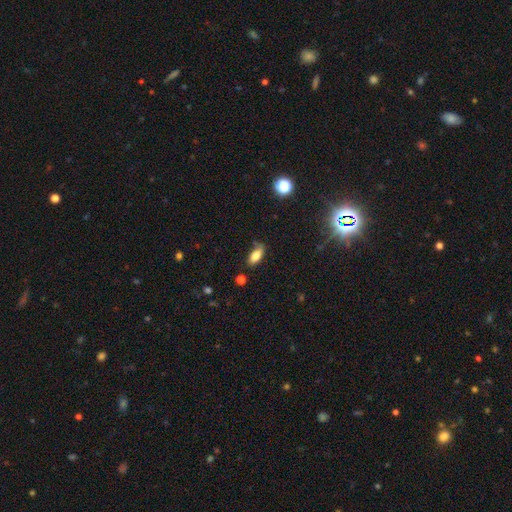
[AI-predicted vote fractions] Smooth or featured: smooth — 79% (featured or disk — 12%)
How rounded: in between — 85% (cigar-shaped — 11%)
Merging: none — 69% (minor disturbance — 22%)